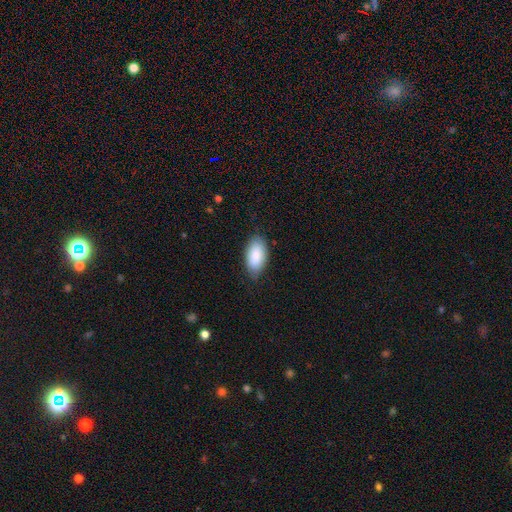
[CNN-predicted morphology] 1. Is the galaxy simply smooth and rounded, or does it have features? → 88% smooth, 6% star or artifact, 6% featured or disk.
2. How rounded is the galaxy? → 95% in between, 3% round, 3% cigar-shaped.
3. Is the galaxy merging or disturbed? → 80% none, 16% minor disturbance, 3% major disturbance, 1% merger.